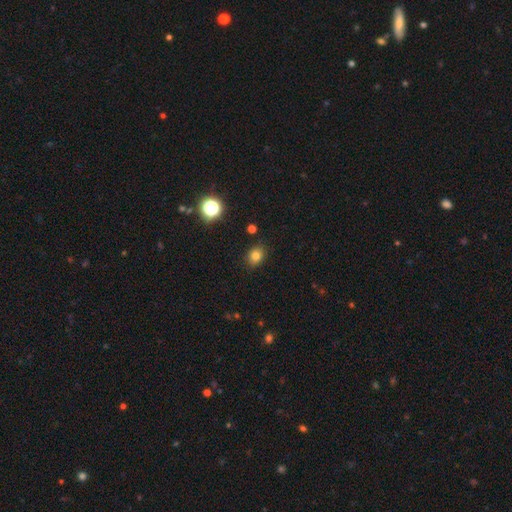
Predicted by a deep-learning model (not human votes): smooth-or-featured: smooth: 78% | star or artifact: 15% | featured or disk: 7%
  how-rounded: round: 57% | in between: 42% | cigar-shaped: 1%
  merging: none: 86% | minor disturbance: 10% | major disturbance: 2% | merger: 2%